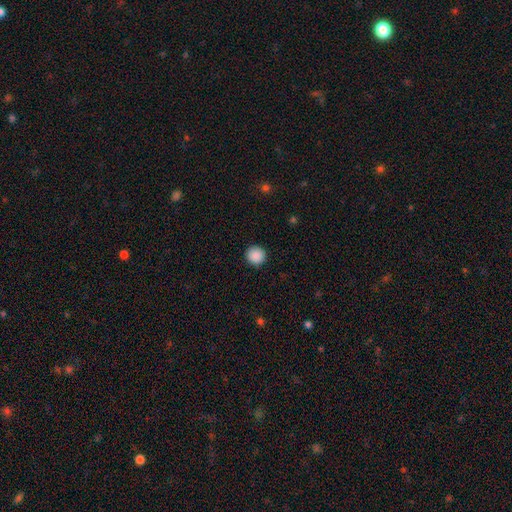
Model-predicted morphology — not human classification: Overall: smooth (89%). How rounded: round (94%). Merging: none (92%).